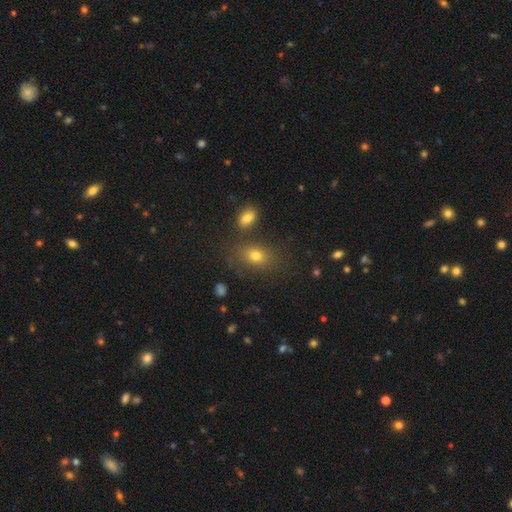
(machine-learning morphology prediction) A smooth galaxy with no disk features (74%) that is in between round and cigar-shaped (75%). Merging: none (70%).